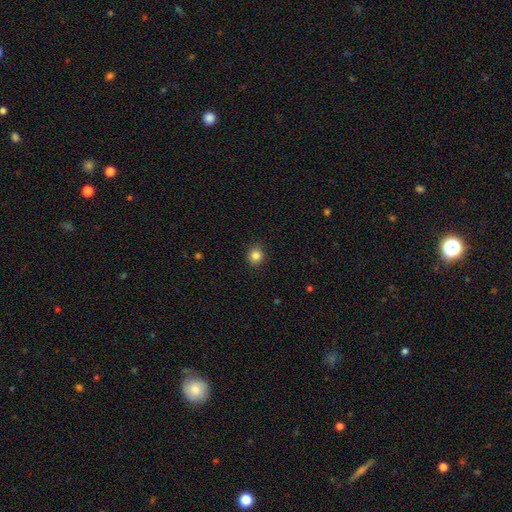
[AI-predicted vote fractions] A smooth galaxy with no disk features (84%) that is round (83%). Merging: none (90%).